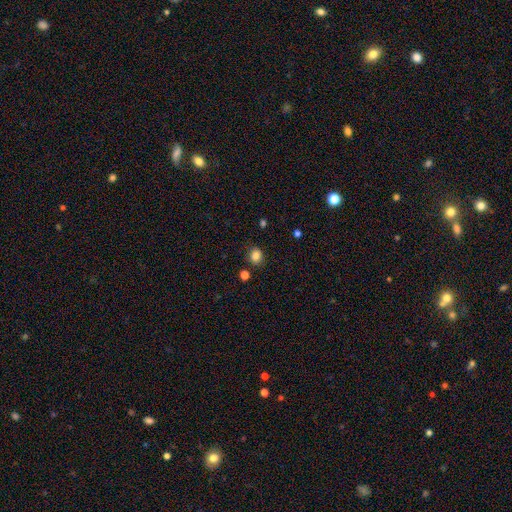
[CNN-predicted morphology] This is clearly a smooth galaxy (84%). How rounded: likely round (62%). Merging: clearly none (82%).